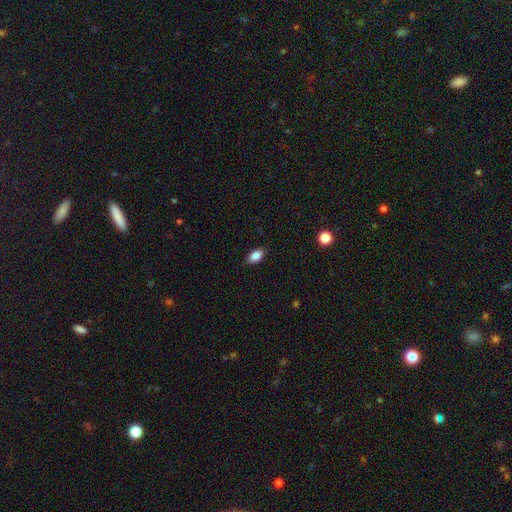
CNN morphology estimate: The model was most divided on "merging": none: 85%, minor disturbance: 11%, major disturbance: 2%, merger: 1%. More confident: how rounded — in between (90%); smooth or featured — smooth (86%).